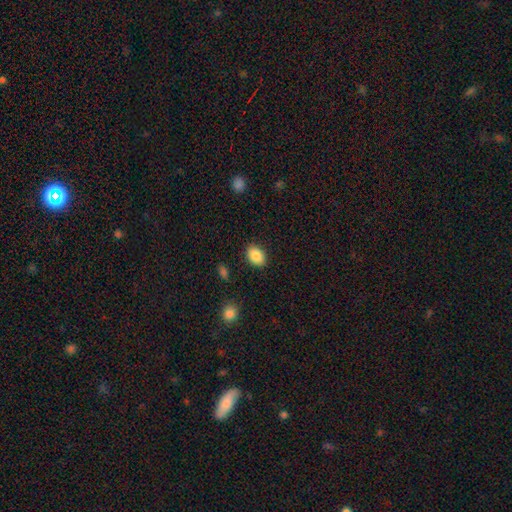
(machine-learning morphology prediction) This is clearly a smooth galaxy (87%). How rounded: likely in between (78%). Merging: clearly none (87%).